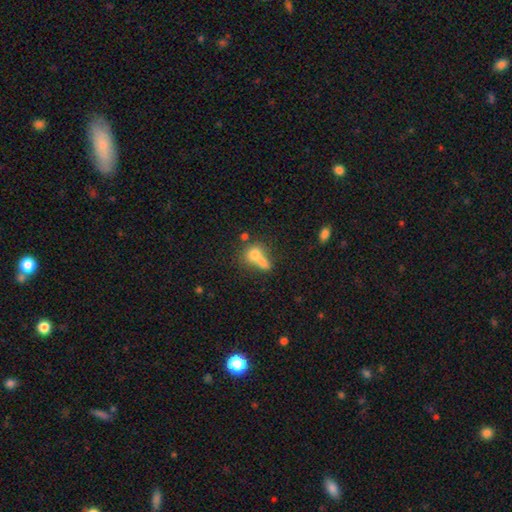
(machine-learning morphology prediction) The model was most divided on "how rounded": round: 57%, in between: 40%, cigar-shaped: 3%. More confident: smooth or featured — smooth (72%); merging — merger (59%).